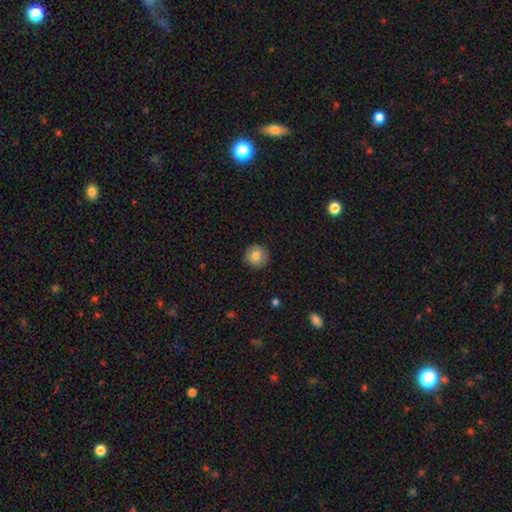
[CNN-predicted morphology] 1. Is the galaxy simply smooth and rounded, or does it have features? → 82% smooth, 10% featured or disk, 8% star or artifact.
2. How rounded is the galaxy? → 94% round, 5% in between, 1% cigar-shaped.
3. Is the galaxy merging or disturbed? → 91% none, 6% minor disturbance, 2% major disturbance, 1% merger.